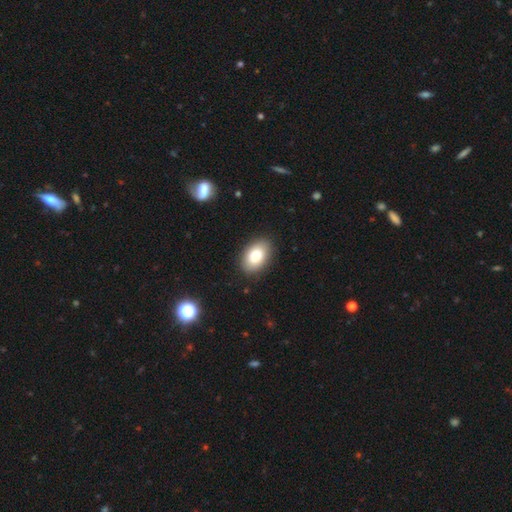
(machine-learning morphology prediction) Smooth or featured?
  - smooth: 81% *
  - featured or disk: 11%
  - star or artifact: 7%
How rounded?
  - in between: 89% *
  - round: 10%
  - cigar-shaped: 1%
Merging?
  - none: 88% *
  - minor disturbance: 9%
  - major disturbance: 2%
  - merger: 1%